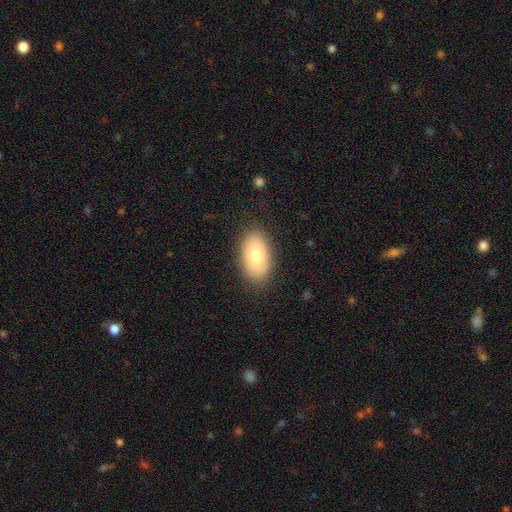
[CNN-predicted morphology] Q: Smooth or featured?
A: smooth (76%); runner-up: featured or disk (17%)
Q: How rounded?
A: in between (93%); runner-up: round (5%)
Q: Merging?
A: none (85%); runner-up: minor disturbance (11%)